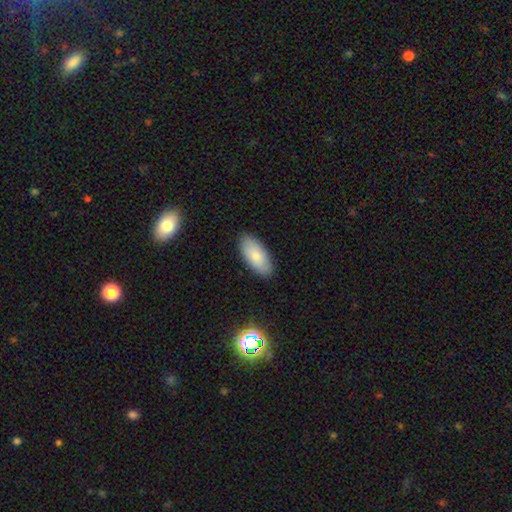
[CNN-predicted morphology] This appears to be a smooth galaxy with no disk features (82%) that is in between round and cigar-shaped (90%). Merging: none (88%).